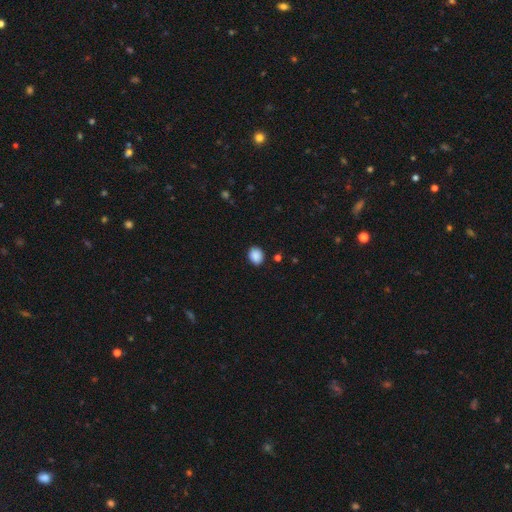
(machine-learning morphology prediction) Smooth or featured? Predicted: smooth (p=0.89). How rounded? Predicted: round (p=0.53). Merging? Predicted: none (p=0.88).